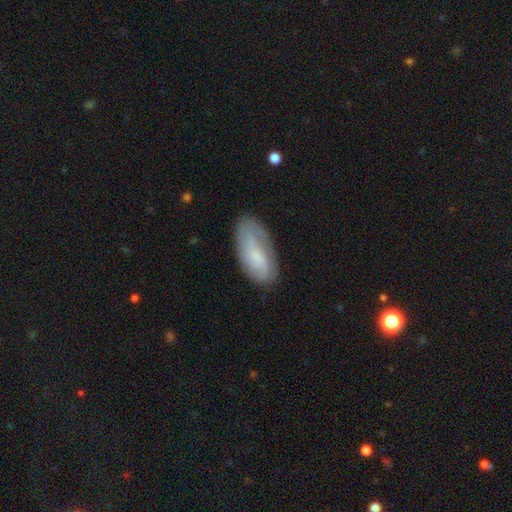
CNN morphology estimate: A smooth galaxy with no disk features (55%) that is in between round and cigar-shaped (88%). Merging: none (67%).